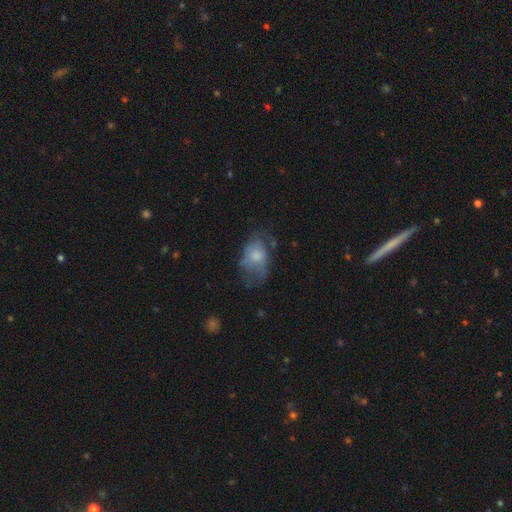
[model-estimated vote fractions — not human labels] Q: Smooth or featured?
A: smooth (61%); runner-up: featured or disk (30%)
Q: How rounded?
A: in between (82%); runner-up: round (16%)
Q: Merging?
A: major disturbance (34%); runner-up: none (33%)